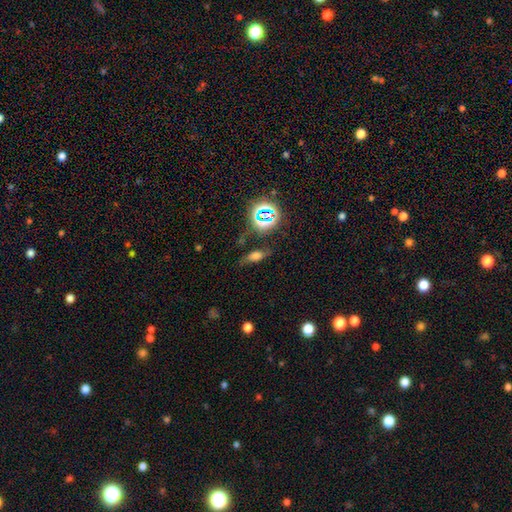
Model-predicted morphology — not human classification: Smooth or featured: smooth — 53% (star or artifact — 24%)
How rounded: in between — 62% (cigar-shaped — 26%)
Merging: none — 68% (minor disturbance — 19%)